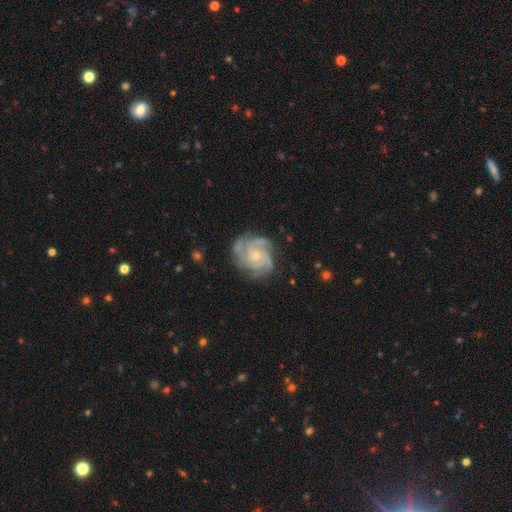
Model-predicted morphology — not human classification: This is clearly a featured or disk galaxy (89%). It is clearly not viewed edge-on (98%). Bar: likely no (78%). Spiral arm pattern: clearly yes (98%). Spiral arm count: marginally 3 (36%). Spiral winding: likely tight (64%). Central bulge: likely small (70%). Merging: likely none (75%).